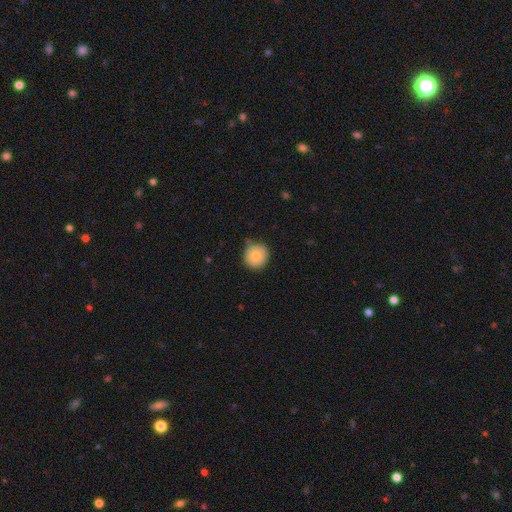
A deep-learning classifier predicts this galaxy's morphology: type=smooth (78%); roundness=round (93%); merging=none (80%).